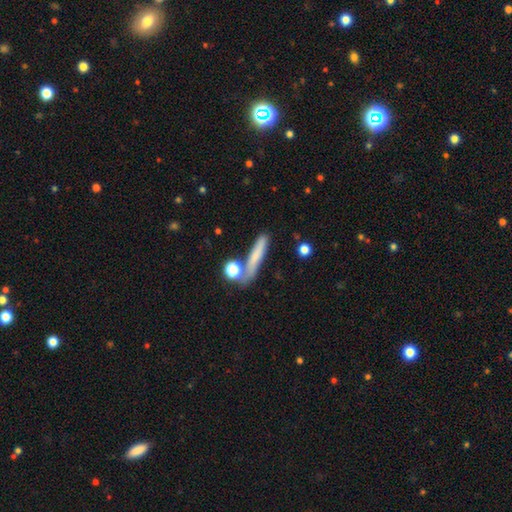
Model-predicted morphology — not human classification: smooth-or-featured: smooth: 68% | featured or disk: 22% | star or artifact: 10%
  how-rounded: cigar-shaped: 81% | in between: 11% | round: 8%
  merging: none: 64% | minor disturbance: 16% | merger: 13% | major disturbance: 7%